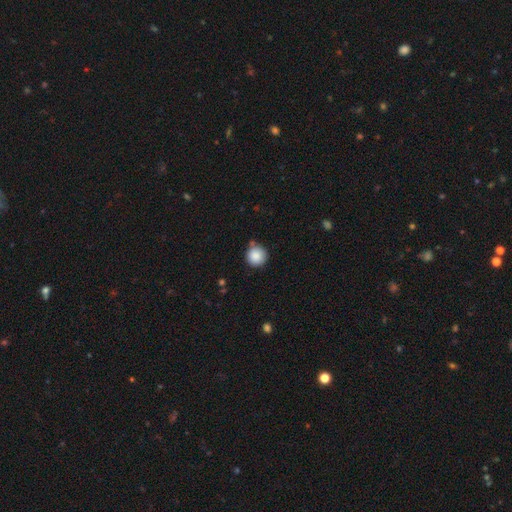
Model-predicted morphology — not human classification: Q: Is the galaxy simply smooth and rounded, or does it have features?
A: smooth — 87%.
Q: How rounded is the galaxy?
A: round — 95%.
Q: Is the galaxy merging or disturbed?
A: none — 82%.